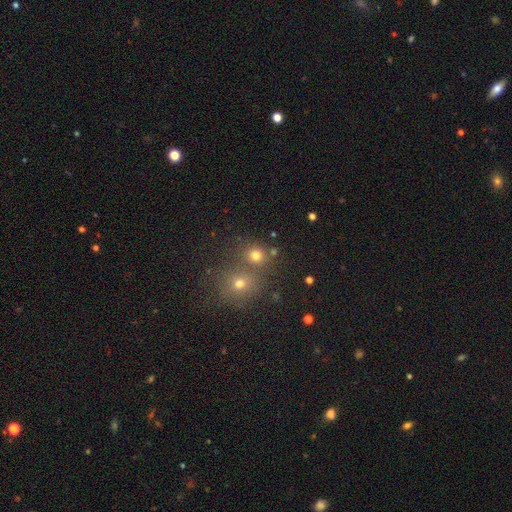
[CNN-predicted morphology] type=smooth (73%); roundness=round (85%); merging=none (63%).